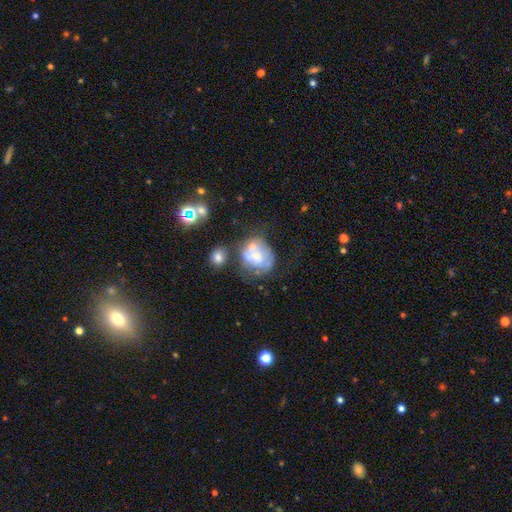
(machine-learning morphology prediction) This is possibly a featured or disk galaxy (47%). Merging: marginally merger (36%).